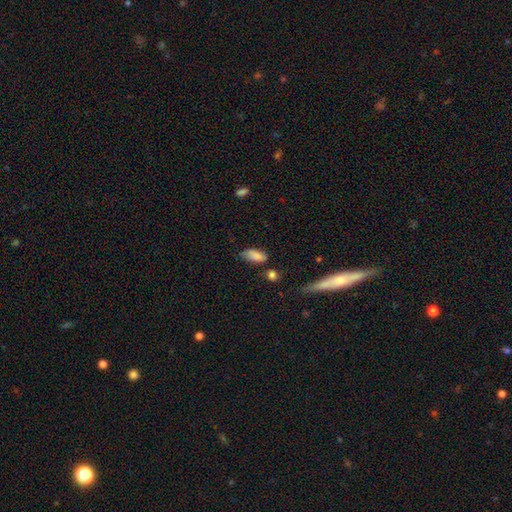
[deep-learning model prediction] Smooth or featured?
  - smooth: 82% *
  - featured or disk: 10%
  - star or artifact: 8%
How rounded?
  - in between: 87% *
  - cigar-shaped: 9%
  - round: 3%
Merging?
  - none: 55% *
  - minor disturbance: 31%
  - major disturbance: 8%
  - merger: 6%